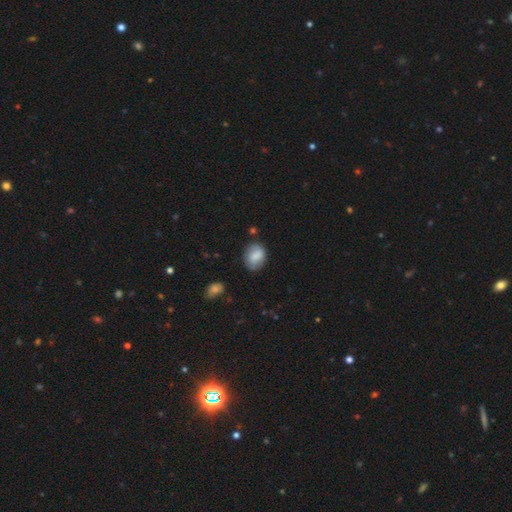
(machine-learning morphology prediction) Q: Smooth or featured?
A: smooth (77%); runner-up: featured or disk (15%)
Q: How rounded?
A: in between (66%); runner-up: round (33%)
Q: Merging?
A: none (73%); runner-up: minor disturbance (20%)